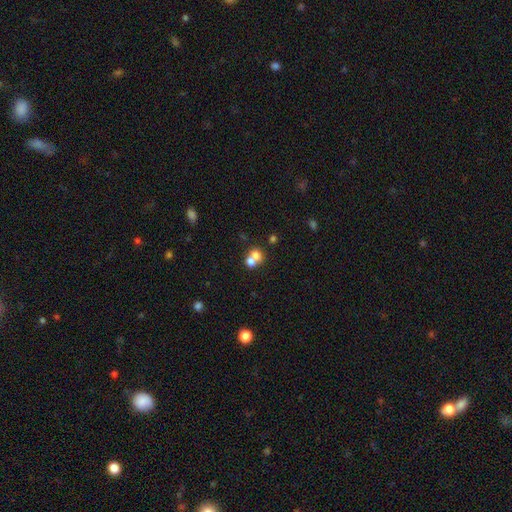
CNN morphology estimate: This is likely a smooth galaxy (68%). How rounded: likely round (69%). Merging: likely merger (63%).